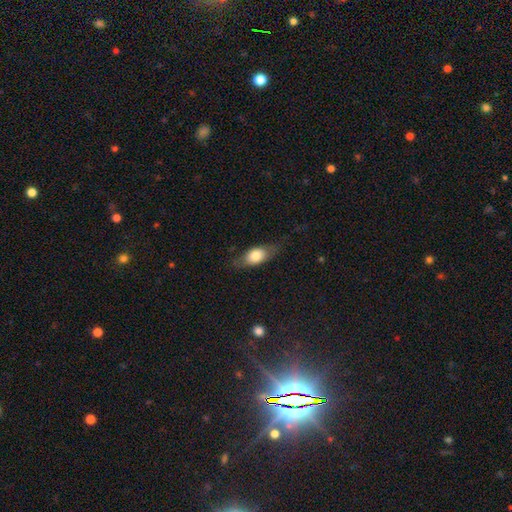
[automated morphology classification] smooth-or-featured: smooth: 68% | featured or disk: 24% | star or artifact: 7%
  how-rounded: in between: 77% | cigar-shaped: 11% | round: 11%
  merging: none: 67% | minor disturbance: 22% | major disturbance: 9% | merger: 1%